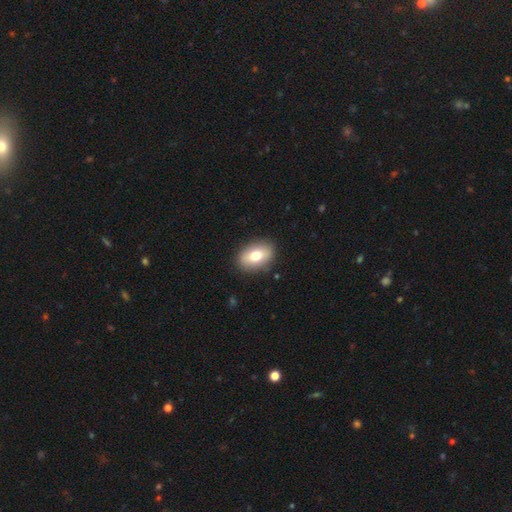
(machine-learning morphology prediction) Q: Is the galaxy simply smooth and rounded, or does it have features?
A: smooth — 75%.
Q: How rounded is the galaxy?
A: in between — 85%.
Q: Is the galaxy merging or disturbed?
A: none — 88%.